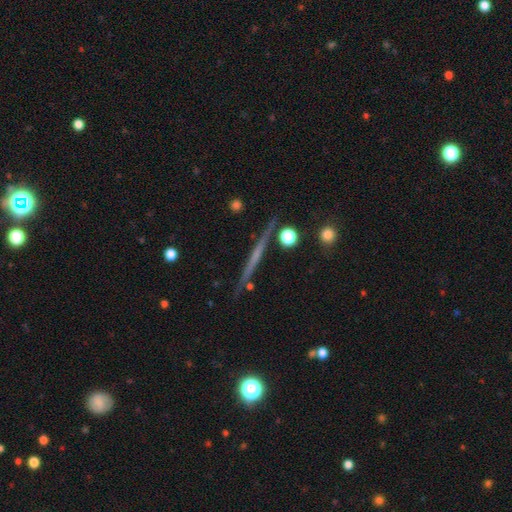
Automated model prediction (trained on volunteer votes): smooth_or_featured: featured or disk (p=0.67) [alt: smooth p=0.24]
disk_edge_on: yes (p=0.97) [alt: no p=0.03]
edge_on_bulge: none (p=0.71) [alt: rounded p=0.22]
merging: none (p=0.88) [alt: minor disturbance p=0.08]